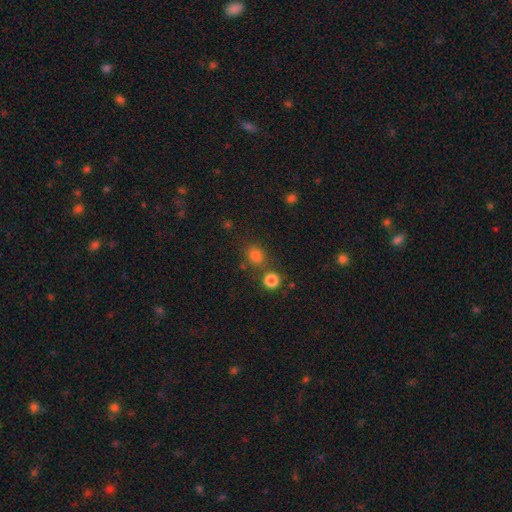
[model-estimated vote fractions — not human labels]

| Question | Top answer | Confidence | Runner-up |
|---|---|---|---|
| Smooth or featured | smooth | 78% | star or artifact (16%) |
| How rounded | round | 78% | in between (21%) |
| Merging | none | 72% | merger (14%) |